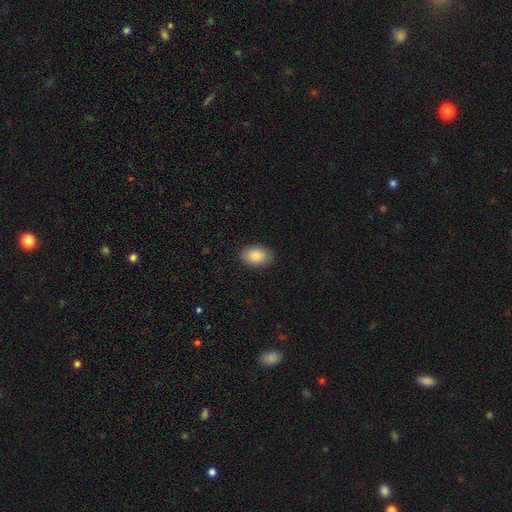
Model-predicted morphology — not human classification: Smooth or featured? smooth (87%)
How rounded? in between (89%)
Merging? none (88%)